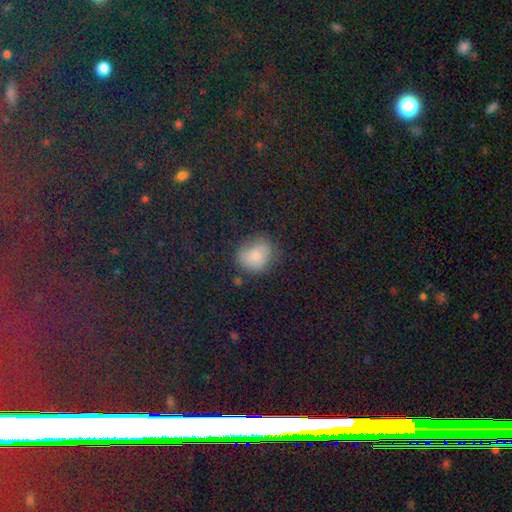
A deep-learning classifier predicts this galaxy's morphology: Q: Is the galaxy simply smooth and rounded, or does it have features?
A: smooth — 75%.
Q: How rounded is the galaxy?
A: round — 59%.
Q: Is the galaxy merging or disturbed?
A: none — 64%.